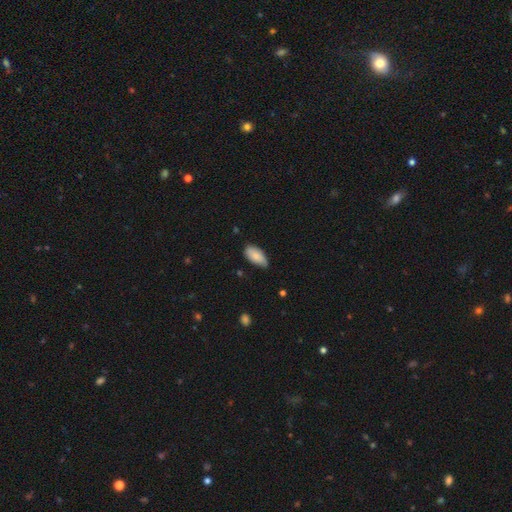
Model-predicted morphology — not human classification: This appears to be a smooth galaxy with no disk features (83%) that is in between round and cigar-shaped (94%). Merging: none (63%).